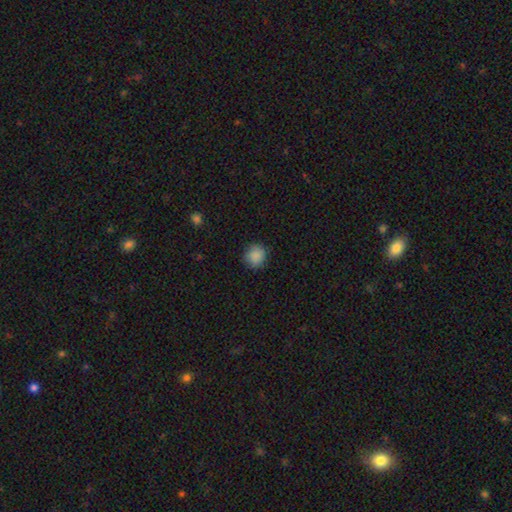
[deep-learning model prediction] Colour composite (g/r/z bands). It shows a smooth galaxy with no disk features (88%) that is round (87%). Merging: none (85%).